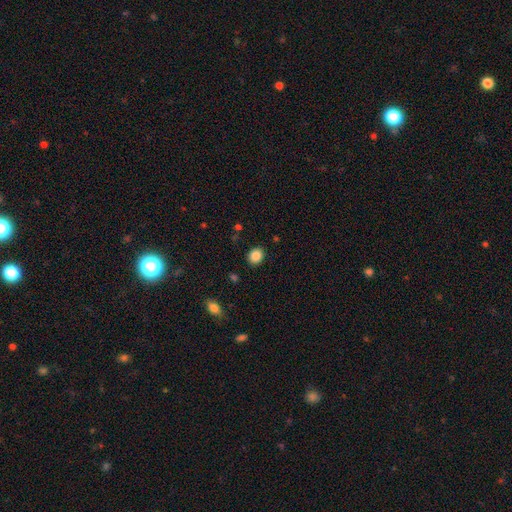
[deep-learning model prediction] Smooth or featured?
  - smooth: 86% *
  - star or artifact: 9%
  - featured or disk: 4%
How rounded?
  - round: 63% *
  - in between: 37%
  - cigar-shaped: 1%
Merging?
  - none: 89% *
  - minor disturbance: 8%
  - major disturbance: 2%
  - merger: 1%